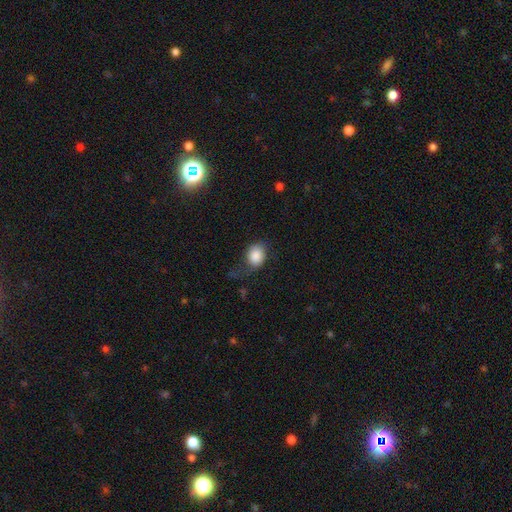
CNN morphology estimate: Smooth or featured: smooth — 84% (featured or disk — 9%)
How rounded: round — 51% (in between — 48%)
Merging: none — 46% (minor disturbance — 29%)